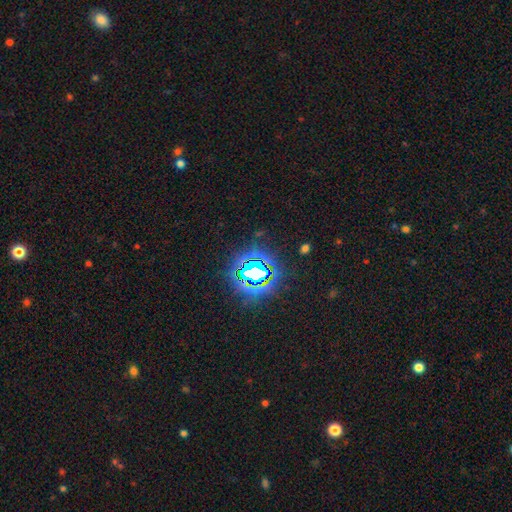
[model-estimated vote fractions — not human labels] Smooth or featured?
  - star or artifact: 79% *
  - smooth: 12%
  - featured or disk: 9%